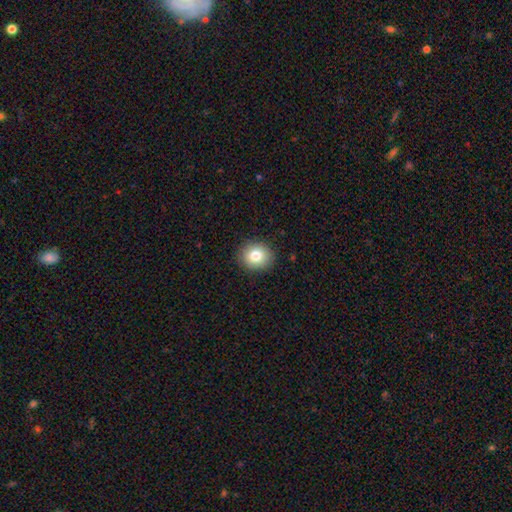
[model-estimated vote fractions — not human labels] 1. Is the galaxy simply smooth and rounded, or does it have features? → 81% smooth, 10% star or artifact, 9% featured or disk.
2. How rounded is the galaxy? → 75% round, 24% in between, 1% cigar-shaped.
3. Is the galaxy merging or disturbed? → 90% none, 7% minor disturbance, 2% major disturbance, 1% merger.